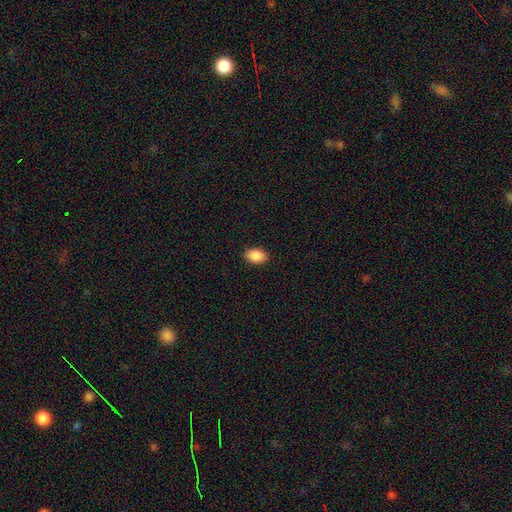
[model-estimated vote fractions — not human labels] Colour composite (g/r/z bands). It shows a smooth galaxy with no disk features (89%) that is in between round and cigar-shaped (89%). Merging: none (89%).